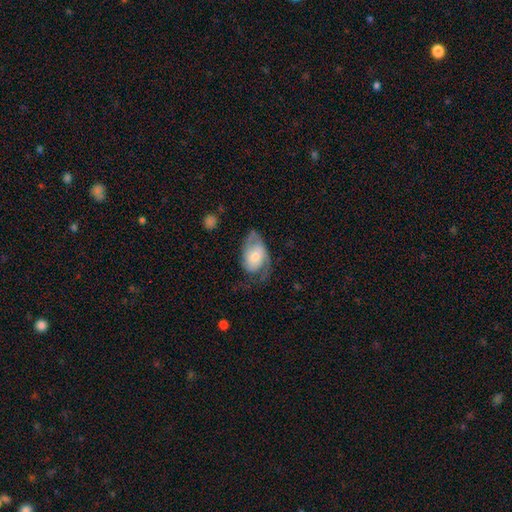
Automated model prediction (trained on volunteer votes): smooth_or_featured: featured or disk (p=0.65) [alt: smooth p=0.29]
disk_edge_on: no (p=0.96) [alt: yes p=0.04]
bar: no (p=0.60) [alt: weak p=0.31]
has_spiral_arms: yes (p=0.88) [alt: no p=0.12]
spiral_winding: medium (p=0.43) [alt: tight p=0.29]
spiral_arm_count: 2 (p=0.63) [alt: 1 p=0.19]
bulge_size: small (p=0.43) [alt: moderate p=0.42]
merging: none (p=0.46) [alt: major disturbance p=0.28]